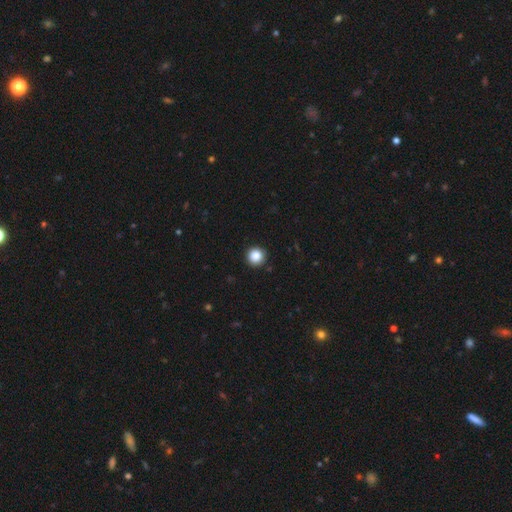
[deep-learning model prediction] A smooth galaxy with no disk features (86%) that is round (96%).

Vote fractions:
- Smooth or featured? smooth: 86% / star or artifact: 10% / featured or disk: 4%
- How rounded? round: 96% / in between: 3% / cigar-shaped: 1%
- Merging? none: 93% / minor disturbance: 5% / major disturbance: 1% / merger: 1%